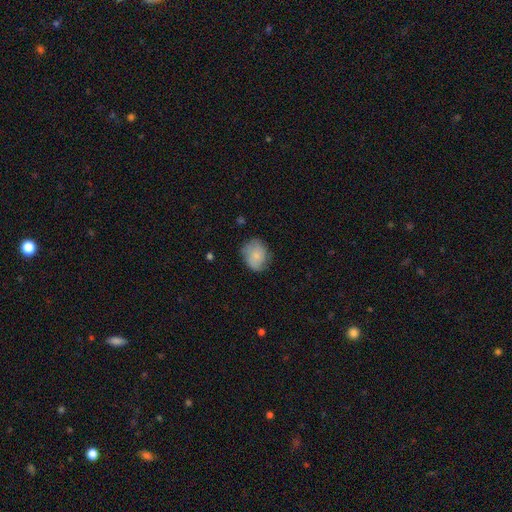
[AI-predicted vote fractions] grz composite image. It shows a smooth galaxy with no disk features (75%) that is round (56%). Merging: none (65%).